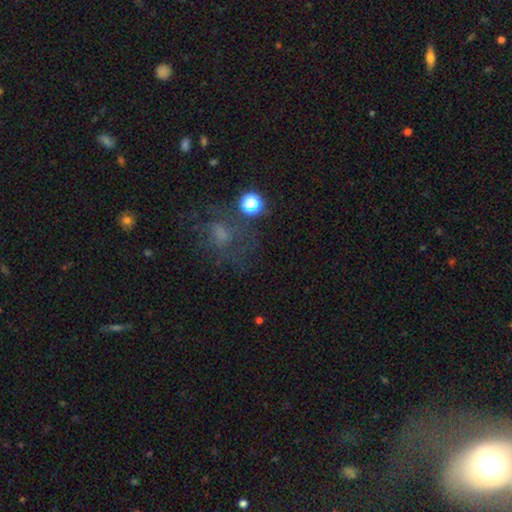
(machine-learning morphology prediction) Smooth or featured? Predicted: star or artifact (p=0.41).